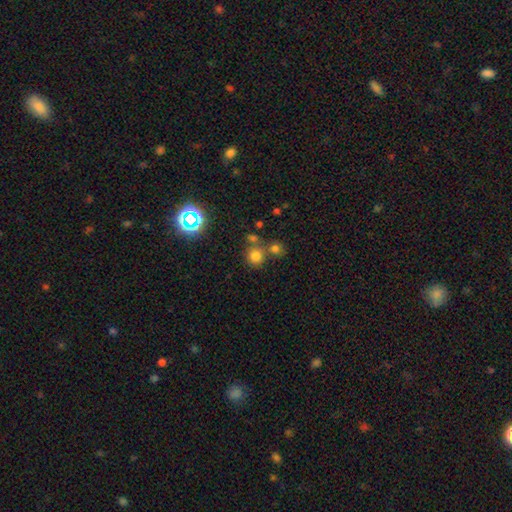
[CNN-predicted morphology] The model was most divided on "merging": none: 65%, merger: 23%, minor disturbance: 9%, major disturbance: 4%. More confident: how rounded — round (88%); smooth or featured — smooth (72%).